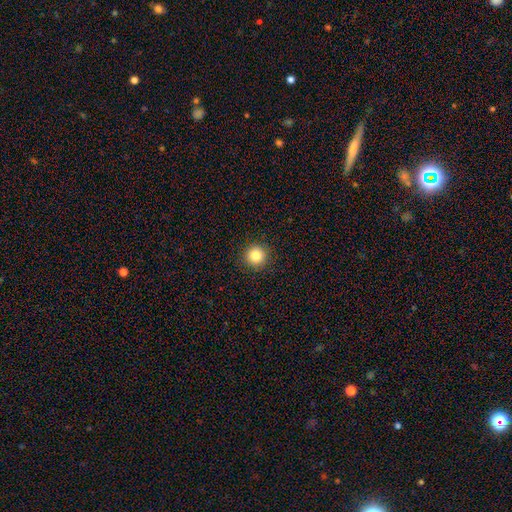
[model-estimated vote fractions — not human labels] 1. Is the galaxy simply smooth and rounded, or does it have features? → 84% smooth, 11% star or artifact, 6% featured or disk.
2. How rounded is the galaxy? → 95% round, 4% in between, 1% cigar-shaped.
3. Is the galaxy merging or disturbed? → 92% none, 5% minor disturbance, 2% major disturbance, 1% merger.